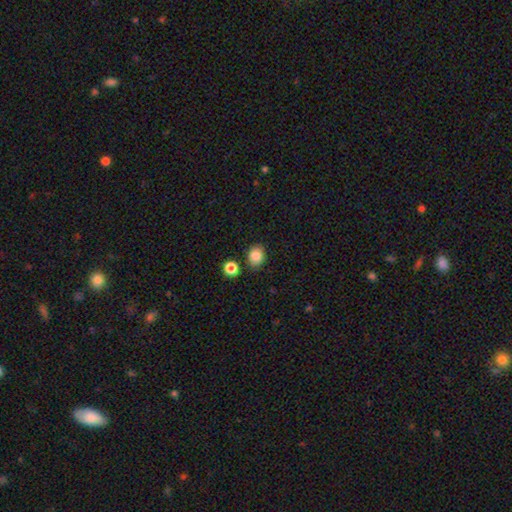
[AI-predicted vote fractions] A smooth galaxy with no disk features (85%) that is in between round and cigar-shaped (54%).

Vote fractions:
- Smooth or featured? smooth: 85% / star or artifact: 10% / featured or disk: 5%
- How rounded? in between: 54% / round: 45% / cigar-shaped: 1%
- Merging? none: 82% / minor disturbance: 11% / merger: 5% / major disturbance: 3%